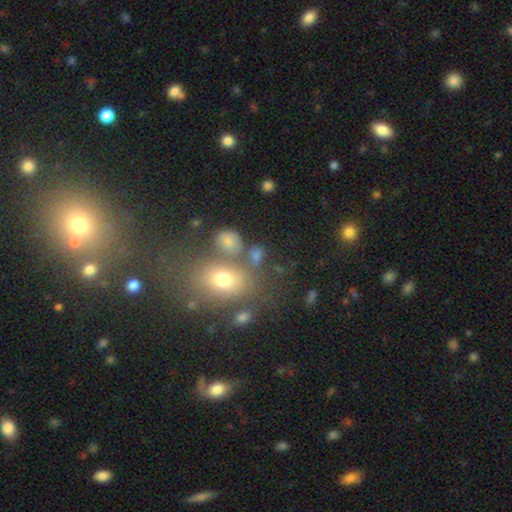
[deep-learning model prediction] Smooth or featured? Predicted: smooth (p=0.69). How rounded? Predicted: in between (p=0.53). Merging? Predicted: none (p=0.56).